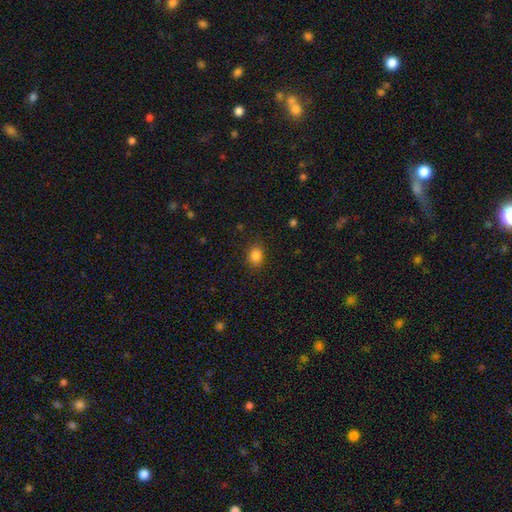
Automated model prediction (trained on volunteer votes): smooth_or_featured: smooth (p=0.82) [alt: star or artifact p=0.13]
how_rounded: in between (p=0.50) [alt: round p=0.49]
merging: none (p=0.82) [alt: minor disturbance p=0.13]